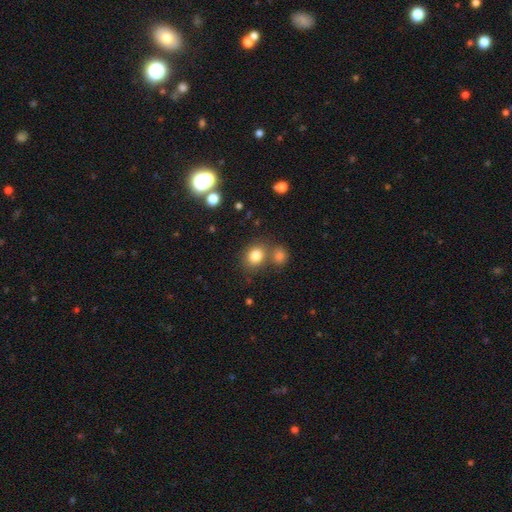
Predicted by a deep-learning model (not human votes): Q: Smooth or featured?
A: smooth (81%); runner-up: star or artifact (12%)
Q: How rounded?
A: round (69%); runner-up: in between (30%)
Q: Merging?
A: none (62%); runner-up: merger (24%)